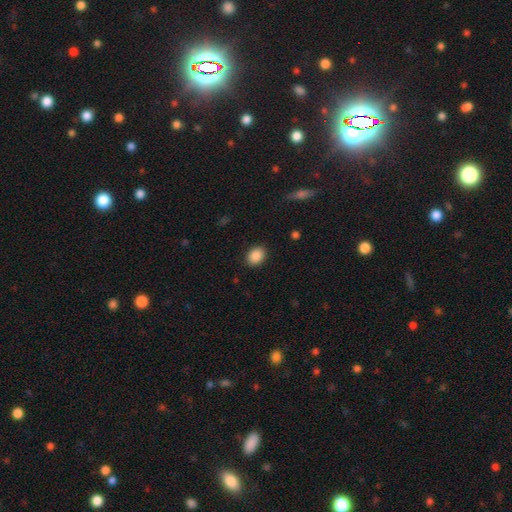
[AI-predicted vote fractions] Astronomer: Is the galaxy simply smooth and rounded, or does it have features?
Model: smooth — 88%.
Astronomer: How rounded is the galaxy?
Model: in between — 64%.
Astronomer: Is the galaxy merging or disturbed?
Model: none — 89%.